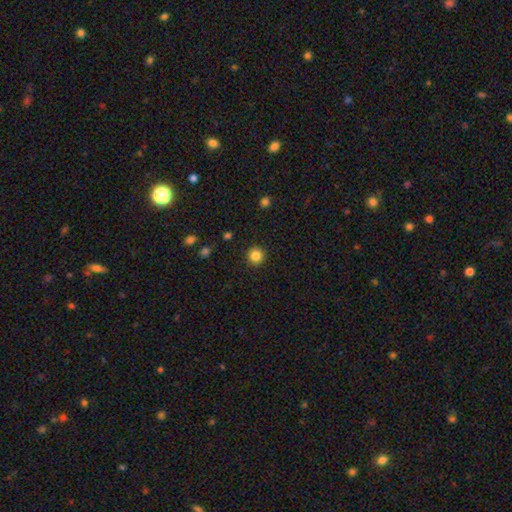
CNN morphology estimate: Smooth or featured? Predicted: smooth (p=0.85). How rounded? Predicted: round (p=0.95). Merging? Predicted: none (p=0.92).